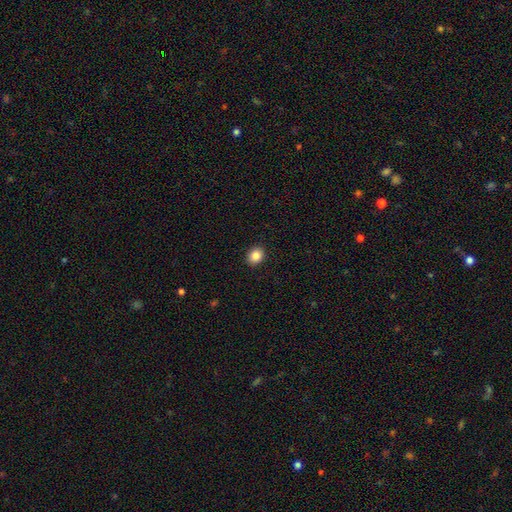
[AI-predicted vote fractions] smooth_or_featured: smooth (p=0.86) [alt: star or artifact p=0.09]
how_rounded: round (p=0.60) [alt: in between p=0.39]
merging: none (p=0.91) [alt: minor disturbance p=0.06]